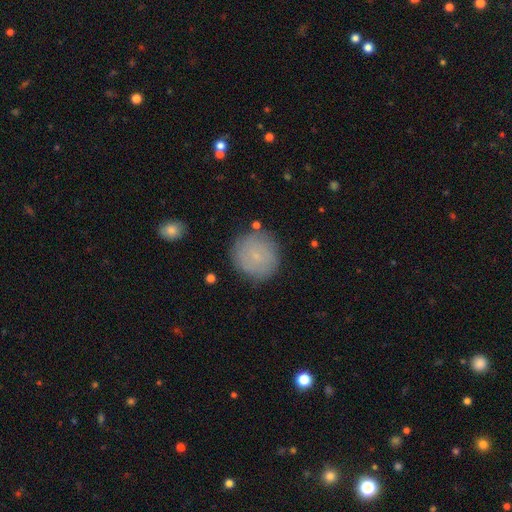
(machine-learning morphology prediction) smooth 72%, featured or disk 20%, star or artifact 8%. Down the decision tree: how rounded — round (93%); merging — none (83%).